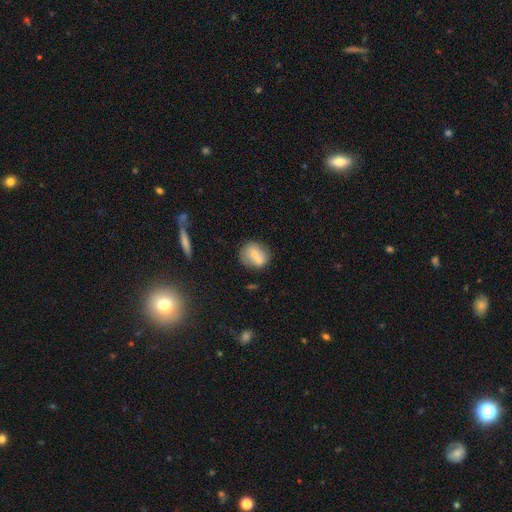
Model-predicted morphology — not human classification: The model was most divided on "merging": none: 55%, merger: 27%, minor disturbance: 14%, major disturbance: 4%. More confident: smooth or featured — smooth (67%); how rounded — round (67%).